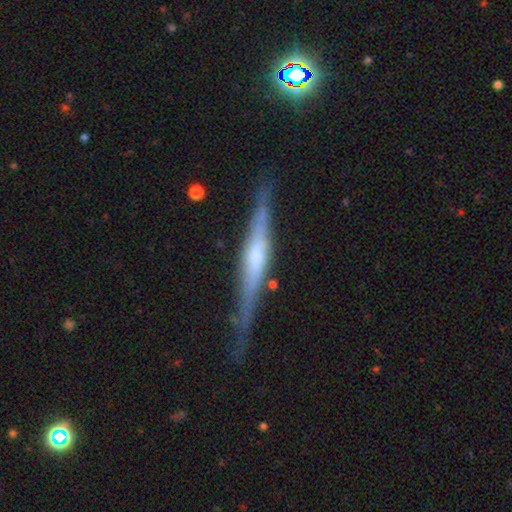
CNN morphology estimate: A featured or disk galaxy (72%) viewed edge-on (96%) with a rounded central bulge (57%). Merging: none (74%).